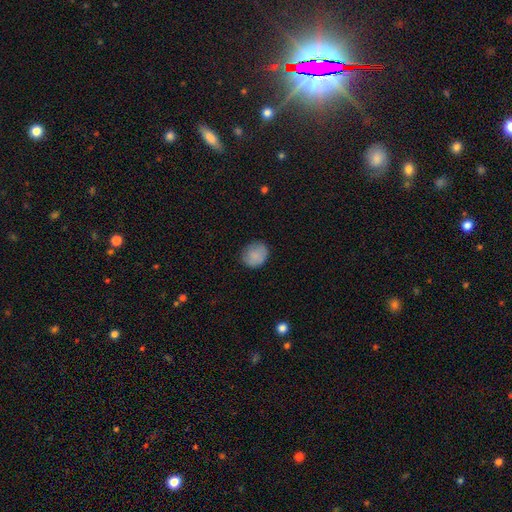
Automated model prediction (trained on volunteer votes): smooth_or_featured: smooth (p=0.85) [alt: featured or disk p=0.08]
how_rounded: round (p=0.75) [alt: in between p=0.24]
merging: none (p=0.81) [alt: minor disturbance p=0.14]